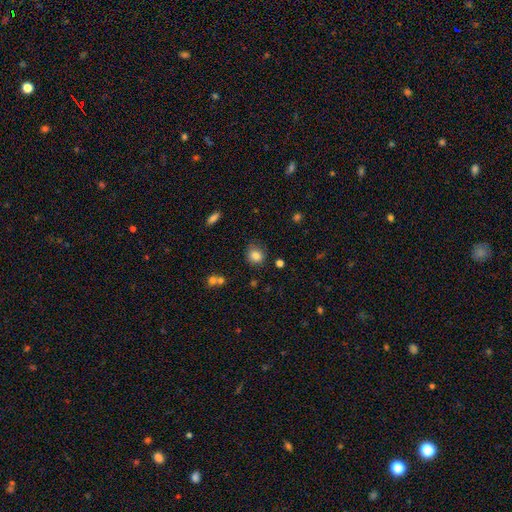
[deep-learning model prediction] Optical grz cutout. It shows a smooth galaxy with no disk features (83%) that is round (77%). Merging: none (79%).